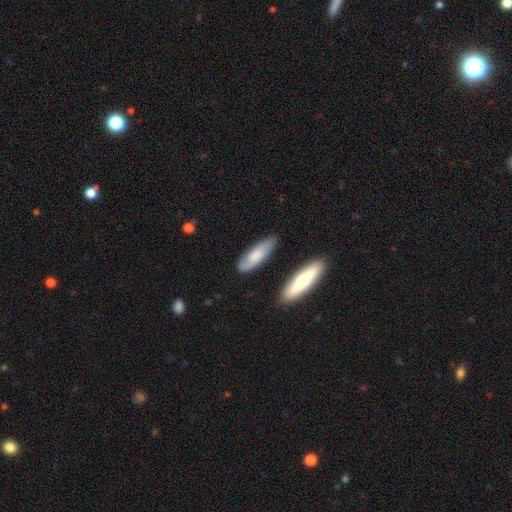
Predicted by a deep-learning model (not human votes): This is possibly a smooth galaxy (59%). How rounded: possibly in between (57%). Merging: likely none (73%).